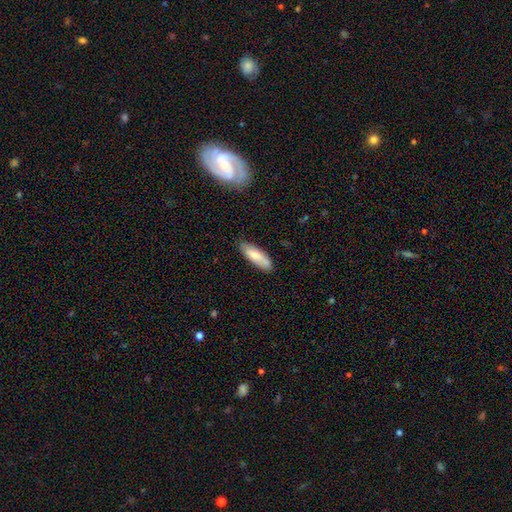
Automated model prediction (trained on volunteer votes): Smooth or featured: smooth — 77% (featured or disk — 17%)
How rounded: in between — 60% (cigar-shaped — 39%)
Merging: none — 80% (minor disturbance — 16%)